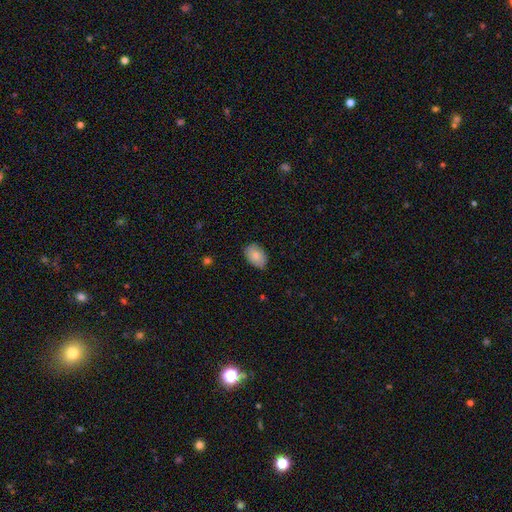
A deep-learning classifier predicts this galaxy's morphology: This appears to be a smooth galaxy with no disk features (84%) that is in between round and cigar-shaped (87%). Merging: none (78%).